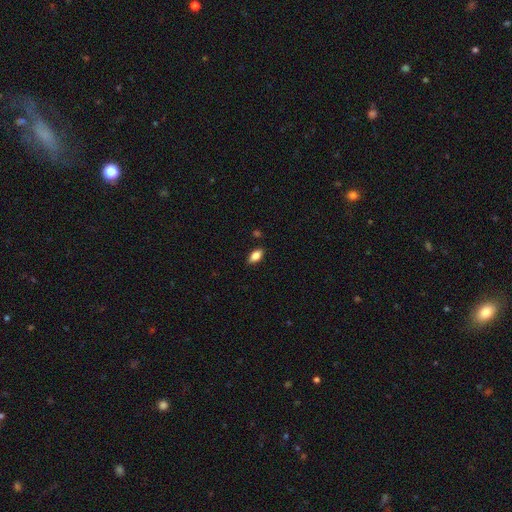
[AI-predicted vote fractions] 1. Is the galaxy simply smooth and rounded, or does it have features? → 80% smooth, 12% featured or disk, 8% star or artifact.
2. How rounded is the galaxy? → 88% in between, 7% cigar-shaped, 4% round.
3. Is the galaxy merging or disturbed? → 85% none, 11% minor disturbance, 2% major disturbance, 1% merger.